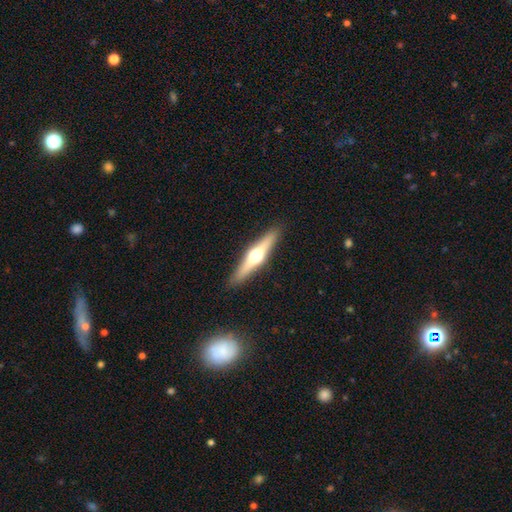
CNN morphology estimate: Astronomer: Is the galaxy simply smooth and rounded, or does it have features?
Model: featured or disk — 68%.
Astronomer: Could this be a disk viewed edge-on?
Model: yes — 97%.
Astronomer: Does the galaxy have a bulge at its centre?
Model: rounded — 96%.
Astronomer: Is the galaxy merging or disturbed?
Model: none — 91%.